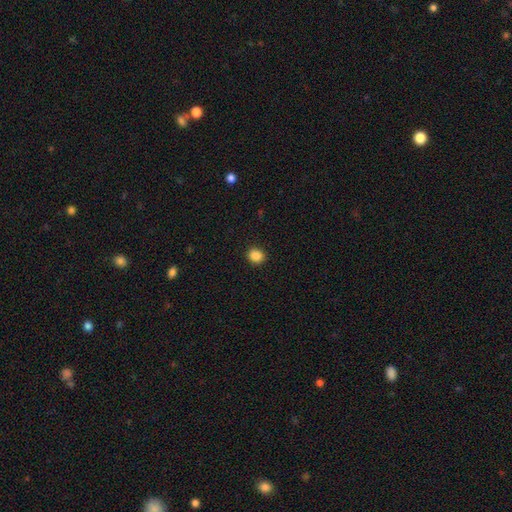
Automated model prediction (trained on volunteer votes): A smooth galaxy with no disk features (87%) that is round (74%).

Vote fractions:
- Smooth or featured? smooth: 87% / star or artifact: 10% / featured or disk: 3%
- How rounded? round: 74% / in between: 25% / cigar-shaped: 1%
- Merging? none: 91% / minor disturbance: 6% / major disturbance: 2% / merger: 1%